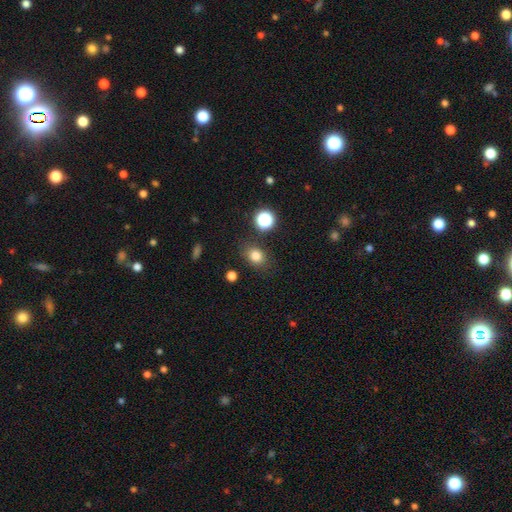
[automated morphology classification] Overall: smooth (80%). How rounded: in between (53%; round 46%). Merging: none (80%).